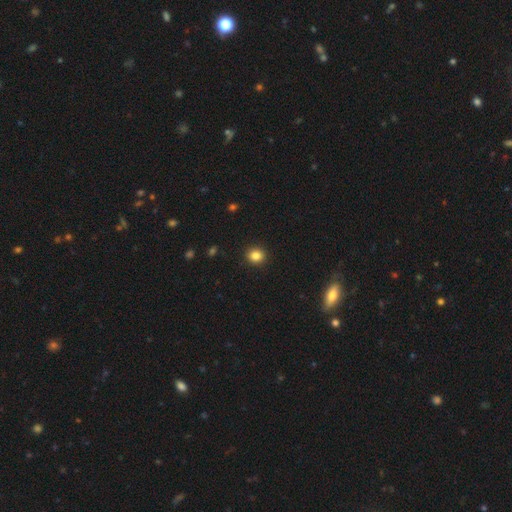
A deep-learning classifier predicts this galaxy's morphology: smooth_or_featured: smooth (p=0.85) [alt: star or artifact p=0.11]
how_rounded: round (p=0.83) [alt: in between p=0.16]
merging: none (p=0.92) [alt: minor disturbance p=0.05]